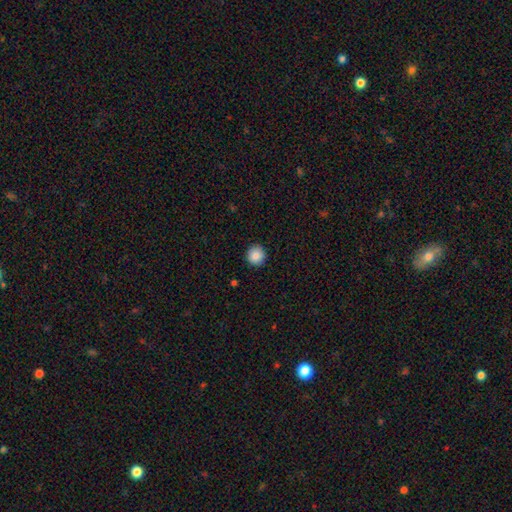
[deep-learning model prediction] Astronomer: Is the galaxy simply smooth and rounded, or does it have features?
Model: smooth — 88%.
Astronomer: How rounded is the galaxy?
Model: round — 93%.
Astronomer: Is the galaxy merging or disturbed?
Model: none — 91%.